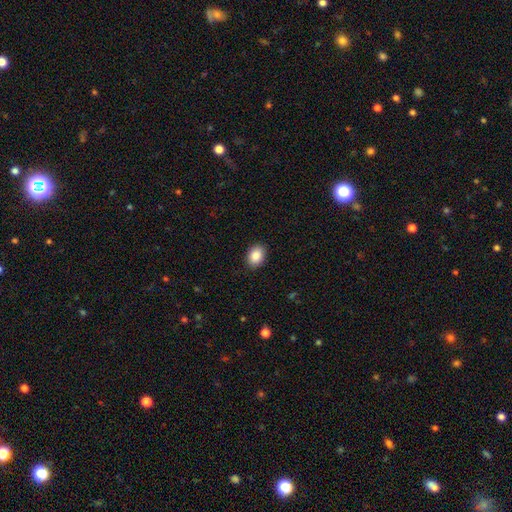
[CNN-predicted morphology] Overall: smooth (88%). How rounded: in between (71%). Merging: none (89%).